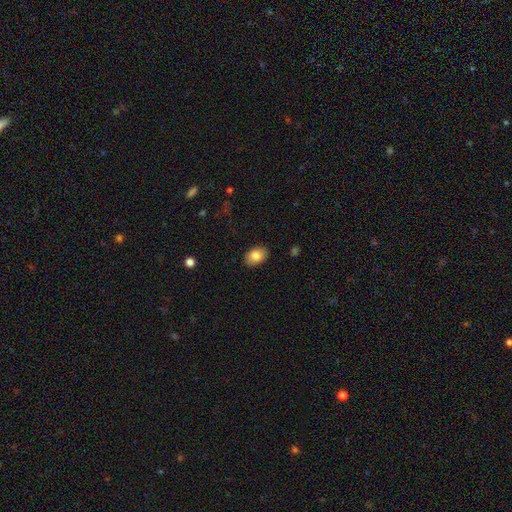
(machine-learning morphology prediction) Smooth or featured?
  - smooth: 85% *
  - featured or disk: 8%
  - star or artifact: 7%
How rounded?
  - in between: 83% *
  - round: 16%
  - cigar-shaped: 1%
Merging?
  - none: 87% *
  - minor disturbance: 9%
  - major disturbance: 2%
  - merger: 1%